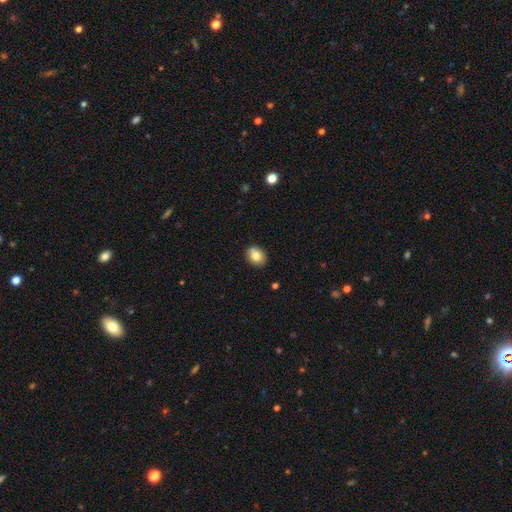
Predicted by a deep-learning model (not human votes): Smooth or featured? Predicted: smooth (p=0.80). How rounded? Predicted: in between (p=0.60). Merging? Predicted: none (p=0.85).